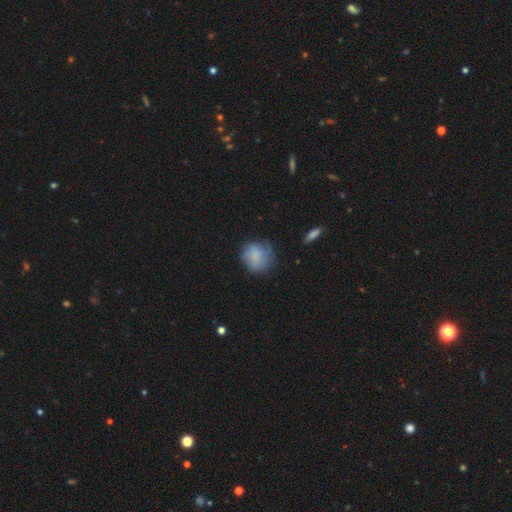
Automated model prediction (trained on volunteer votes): Smooth or featured: smooth — 72% (featured or disk — 19%)
How rounded: round — 81% (in between — 17%)
Merging: none — 60% (minor disturbance — 26%)